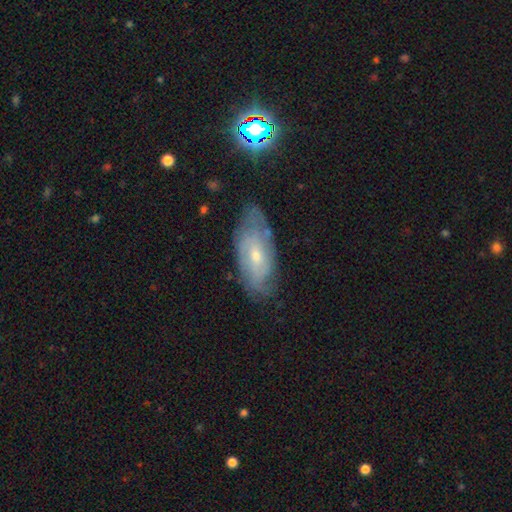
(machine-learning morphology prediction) smooth-or-featured: featured or disk: 70% | smooth: 22% | star or artifact: 8%
  disk-edge-on: no: 89% | yes: 11%
    bar: no: 65% | weak: 30% | strong: 5%
    has-spiral-arms: yes: 85% | no: 15%
      spiral-winding: tight: 61% | medium: 29% | loose: 10%
      spiral-arm-count: can't tell: 55% | 2: 24% | 3: 9% | 4: 5% | 1: 4% | more than 4: 3%
    bulge-size: small: 58% | moderate: 38% | large: 1% | none: 1% | dominant: 1%
  merging: none: 68% | minor disturbance: 23% | major disturbance: 6% | merger: 2%